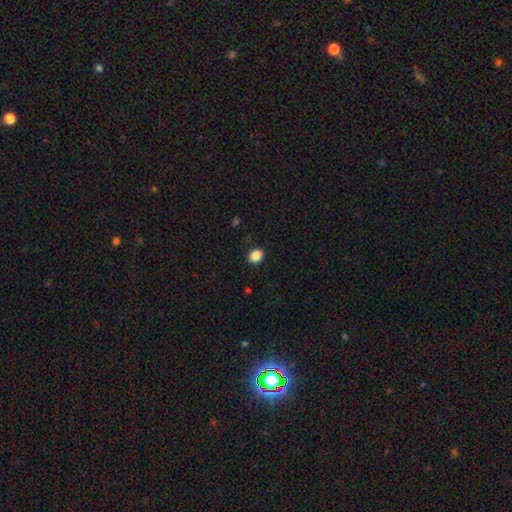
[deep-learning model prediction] The model was most divided on "how rounded": in between: 53%, round: 46%, cigar-shaped: 1%. More confident: smooth or featured — smooth (88%); merging — none (86%).